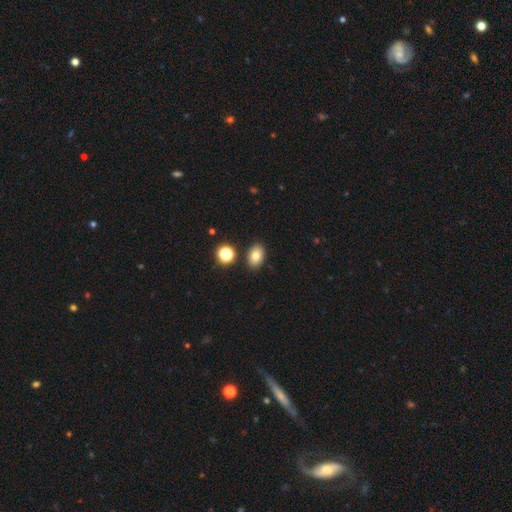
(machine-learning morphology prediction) This appears to be a smooth galaxy with no disk features (79%) that is in between round and cigar-shaped (83%). Merging: none (86%).